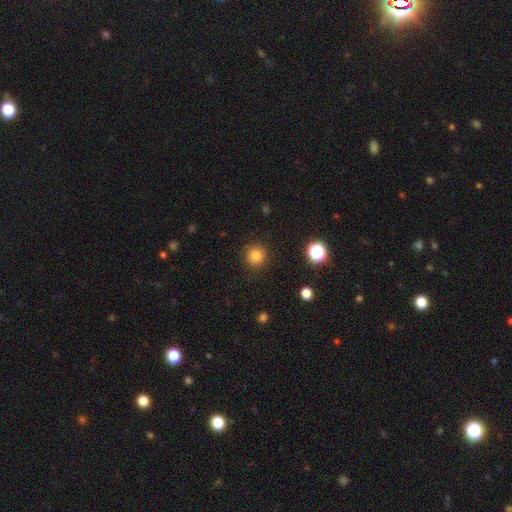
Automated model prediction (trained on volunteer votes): Q: Smooth or featured?
A: smooth (82%); runner-up: star or artifact (13%)
Q: How rounded?
A: round (94%); runner-up: in between (5%)
Q: Merging?
A: none (90%); runner-up: minor disturbance (6%)